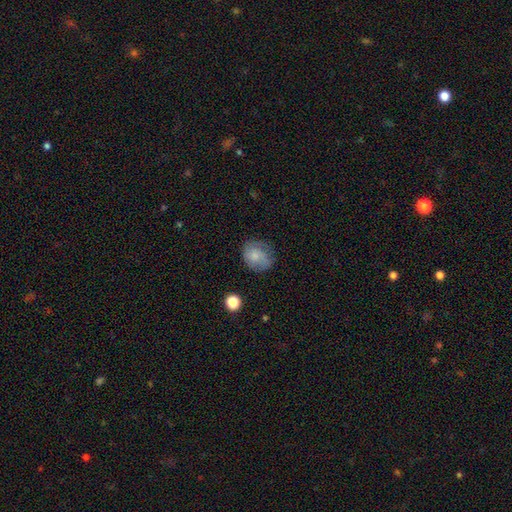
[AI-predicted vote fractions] Smooth or featured? smooth (67%)
How rounded? round (66%)
Merging? none (60%)